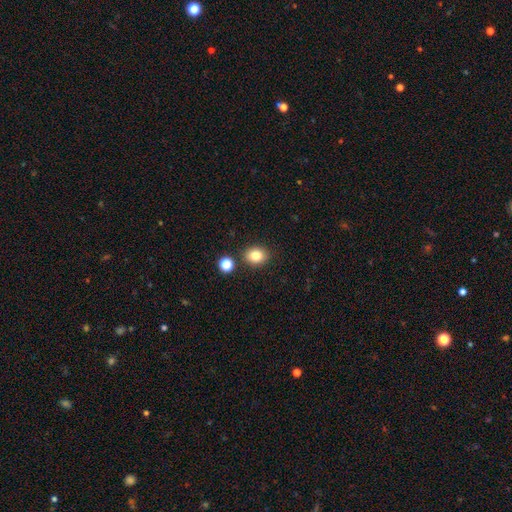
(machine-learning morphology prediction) smooth_or_featured: smooth (p=0.83) [alt: star or artifact p=0.11]
how_rounded: round (p=0.55) [alt: in between p=0.44]
merging: none (p=0.85) [alt: minor disturbance p=0.08]